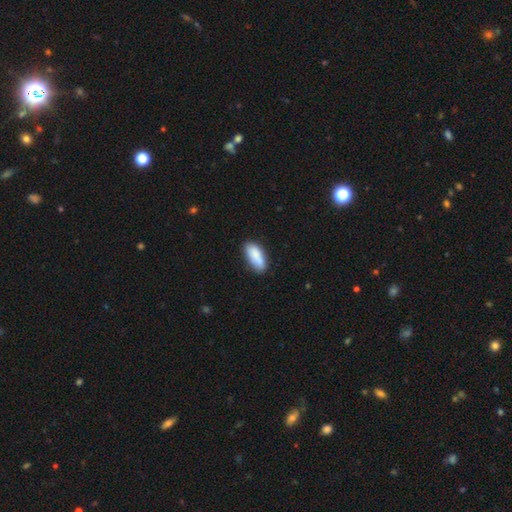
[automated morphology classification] Smooth or featured: smooth — 87% (featured or disk — 7%)
How rounded: in between — 81% (cigar-shaped — 17%)
Merging: none — 75% (minor disturbance — 18%)